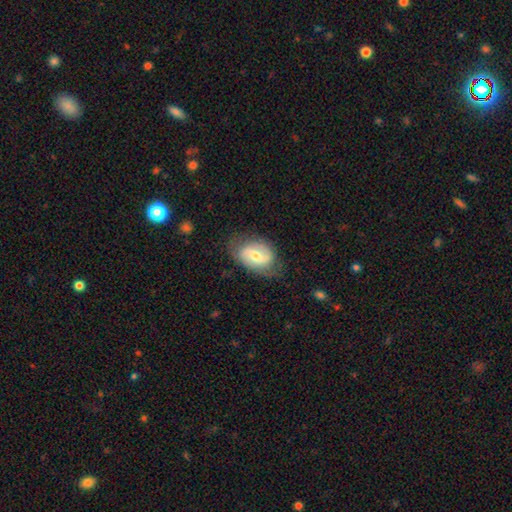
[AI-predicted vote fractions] This appears to be a featured or disk galaxy (64%) with a weak bar (49%), 2 (83%) loose (43%) spiral arms (85%) and a moderate central bulge (56%). Merging: none (69%).